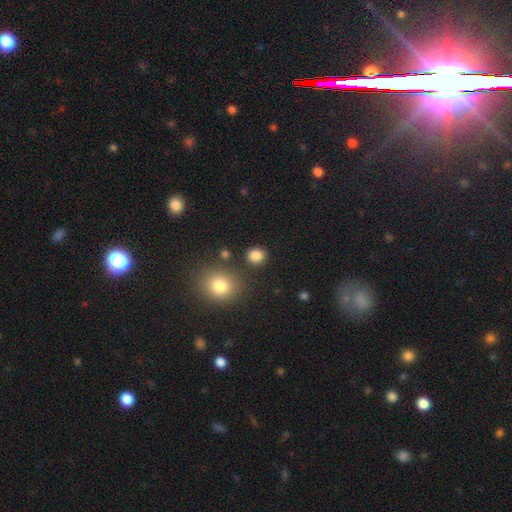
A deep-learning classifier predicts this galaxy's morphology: A smooth galaxy with no disk features (85%) that is round (79%). Merging: none (86%).